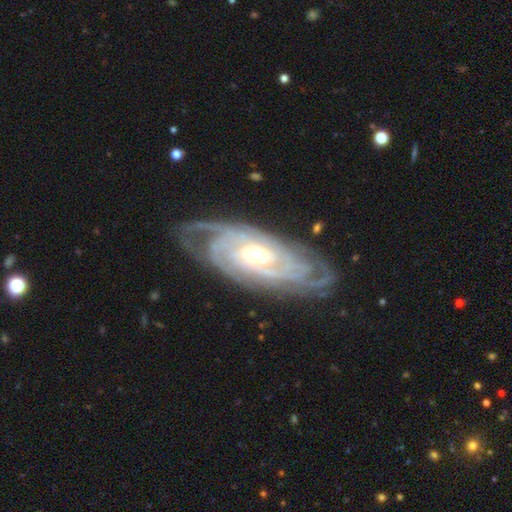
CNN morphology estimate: A featured or disk galaxy (89%) with no bar (51%), tight (74%) spiral arms (97%) and a moderate central bulge (59%). Merging: none (74%).